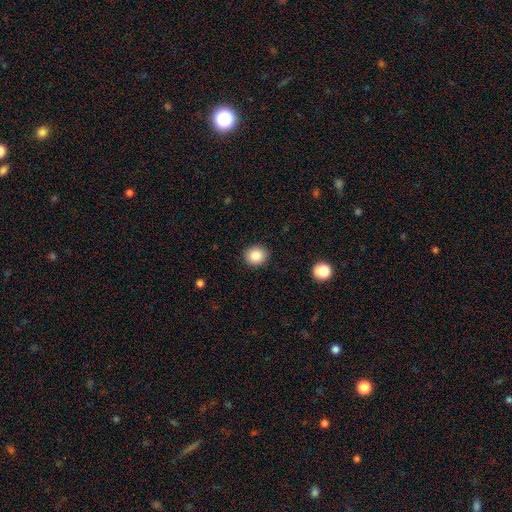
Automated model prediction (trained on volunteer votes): Smooth or featured? smooth (86%)
How rounded? round (82%)
Merging? none (91%)